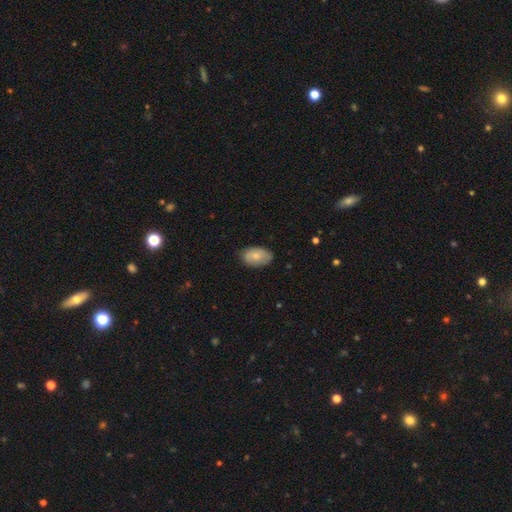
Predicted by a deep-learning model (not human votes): Smooth or featured: smooth — 78% (featured or disk — 16%)
How rounded: in between — 90% (round — 9%)
Merging: none — 79% (minor disturbance — 17%)